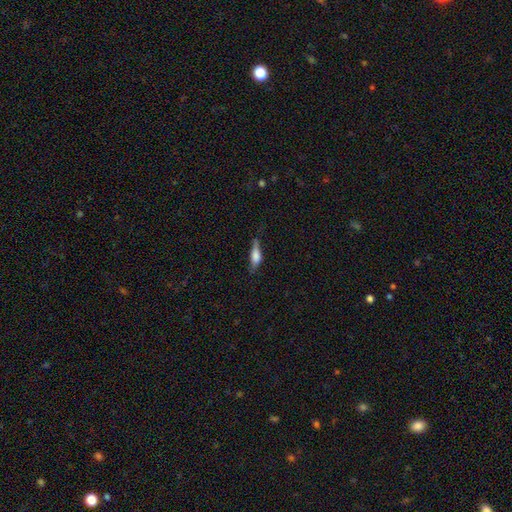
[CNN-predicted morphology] Smooth or featured? Predicted: smooth (p=0.65). How rounded? Predicted: in between (p=0.49). Merging? Predicted: none (p=0.54).